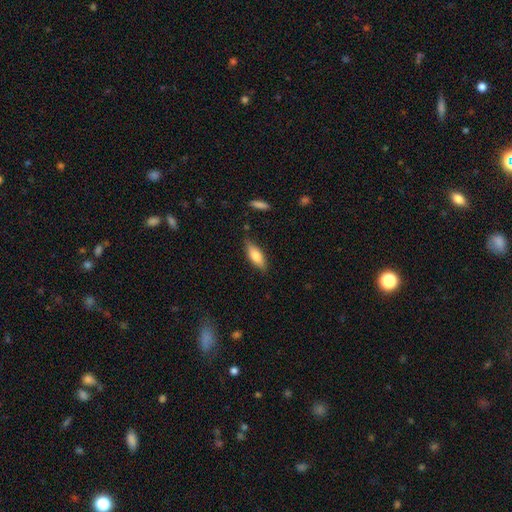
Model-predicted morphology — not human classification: smooth_or_featured: smooth (p=0.72) [alt: featured or disk p=0.22]
how_rounded: in between (p=0.65) [alt: cigar-shaped p=0.33]
merging: none (p=0.80) [alt: minor disturbance p=0.15]